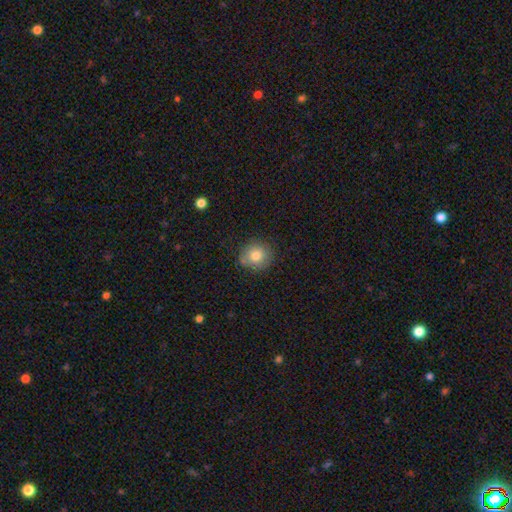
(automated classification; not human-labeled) Morphology: type=smooth (79%); roundness=round (90%); merging=none (83%).